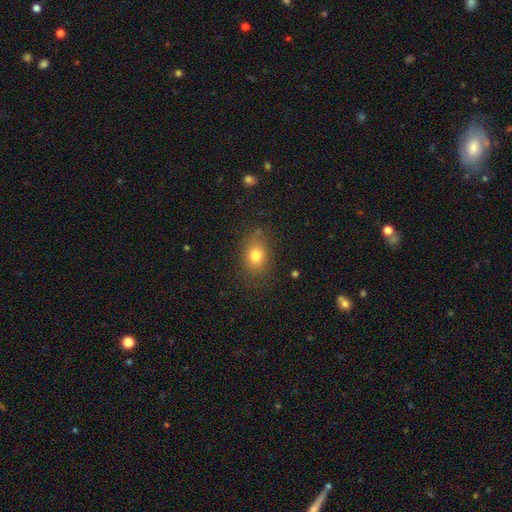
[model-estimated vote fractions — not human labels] Smooth or featured: smooth — 78% (star or artifact — 12%)
How rounded: in between — 65% (round — 33%)
Merging: none — 79% (minor disturbance — 14%)